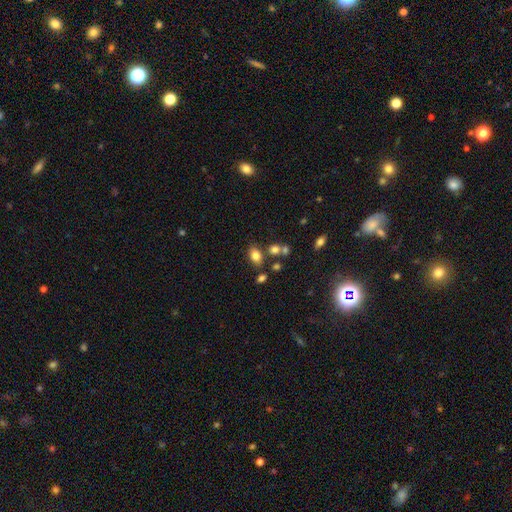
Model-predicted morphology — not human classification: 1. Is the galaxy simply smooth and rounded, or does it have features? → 80% smooth, 11% star or artifact, 9% featured or disk.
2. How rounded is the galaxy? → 83% in between, 15% round, 2% cigar-shaped.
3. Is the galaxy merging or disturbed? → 72% none, 13% minor disturbance, 12% merger, 4% major disturbance.